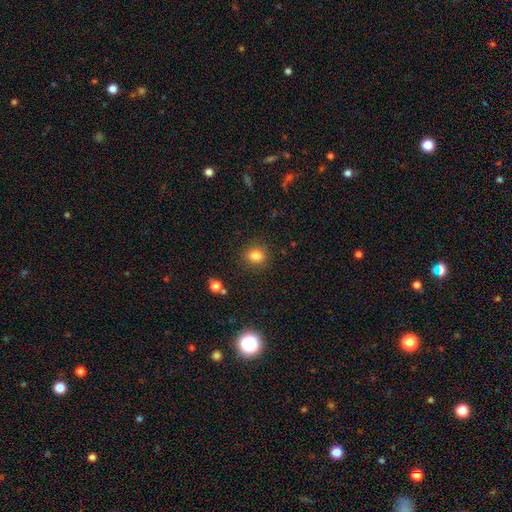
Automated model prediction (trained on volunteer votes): Smooth or featured? Predicted: smooth (p=0.82). How rounded? Predicted: round (p=0.58). Merging? Predicted: none (p=0.86).